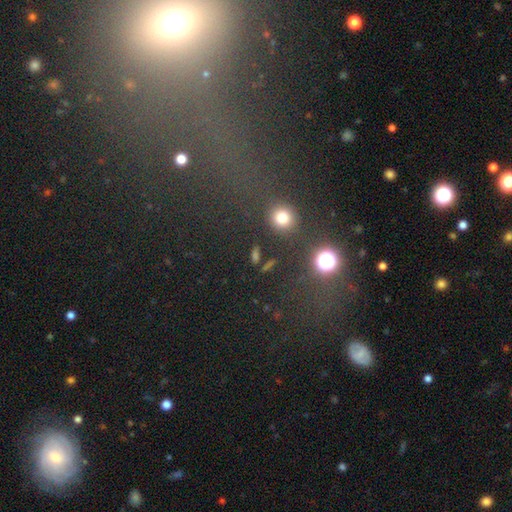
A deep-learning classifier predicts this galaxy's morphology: The model was most divided on "smooth or featured": star or artifact: 49%, smooth: 40%, featured or disk: 11%.